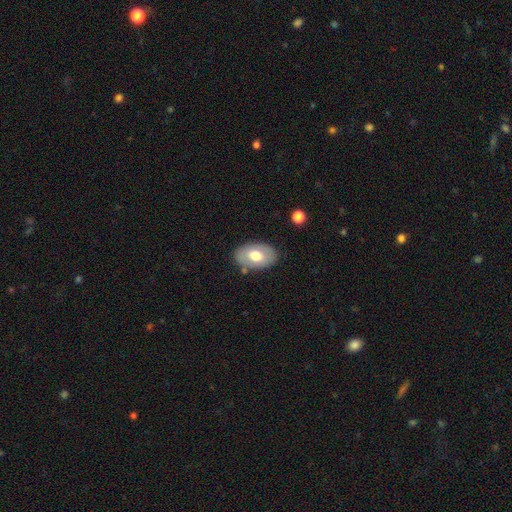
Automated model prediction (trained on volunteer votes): The model was most divided on "smooth or featured": smooth: 61%, featured or disk: 33%, star or artifact: 6%. More confident: how rounded — in between (89%); merging — none (79%).